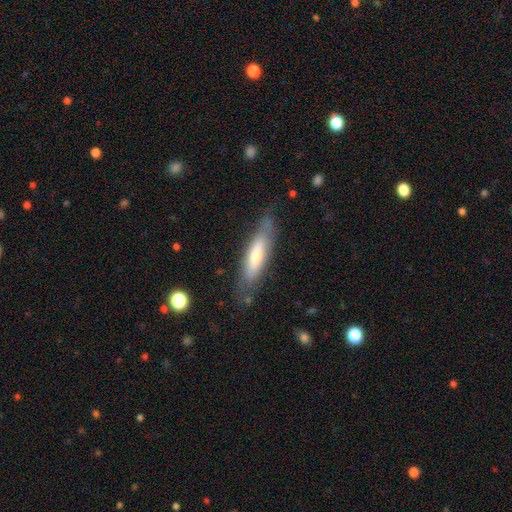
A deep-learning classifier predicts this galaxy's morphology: This is possibly a smooth galaxy (52%). How rounded: likely cigar-shaped (70%). Merging: likely none (76%).